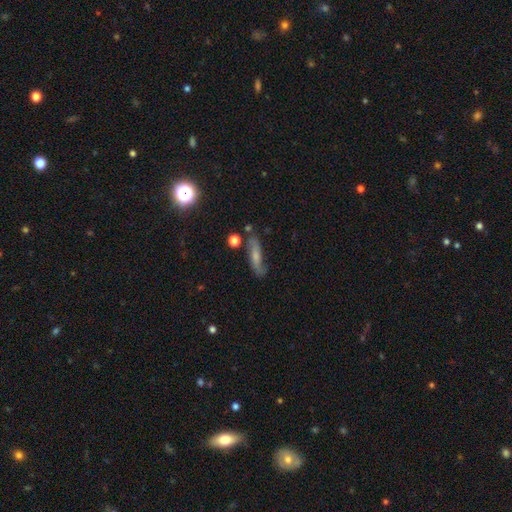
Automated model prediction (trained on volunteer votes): Morphology: type=featured or disk (47%); merging=none (66%).